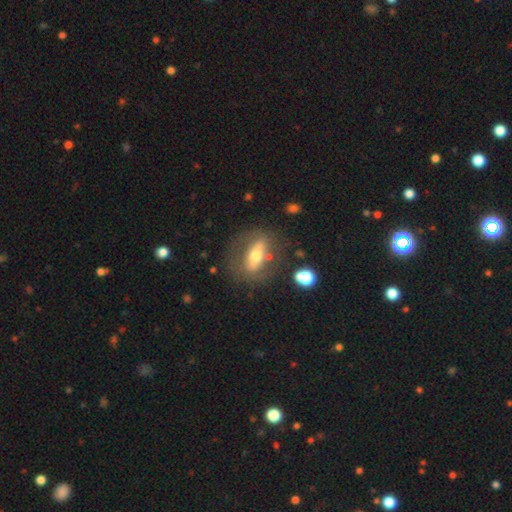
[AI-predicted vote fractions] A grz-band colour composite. It shows a featured or disk galaxy (57%). Merging: none (69%).